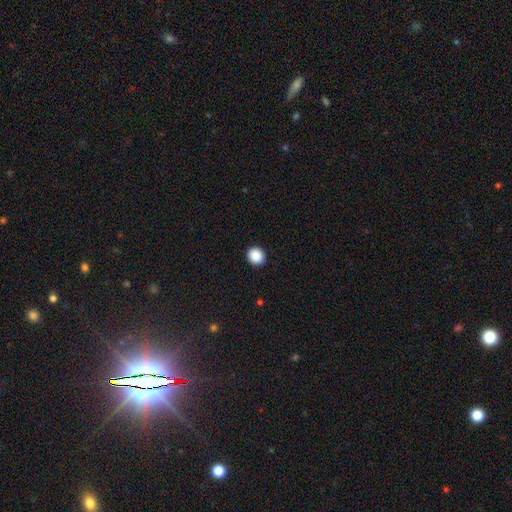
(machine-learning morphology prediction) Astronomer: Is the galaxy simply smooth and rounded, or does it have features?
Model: smooth — 89%.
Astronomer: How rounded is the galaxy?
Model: round — 85%.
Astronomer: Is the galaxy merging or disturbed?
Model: none — 93%.